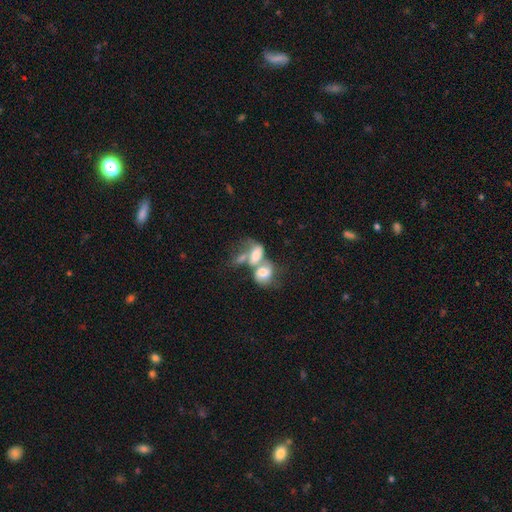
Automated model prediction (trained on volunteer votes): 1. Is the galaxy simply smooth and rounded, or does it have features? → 53% smooth, 37% featured or disk, 10% star or artifact.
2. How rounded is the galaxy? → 75% in between, 21% round, 4% cigar-shaped.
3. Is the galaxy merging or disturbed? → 74% merger, 10% major disturbance, 10% none, 6% minor disturbance.